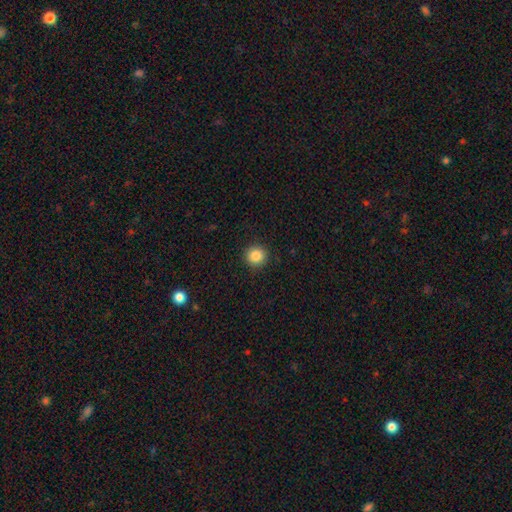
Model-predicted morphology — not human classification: Smooth or featured? Predicted: smooth (p=0.86). How rounded? Predicted: round (p=0.94). Merging? Predicted: none (p=0.92).